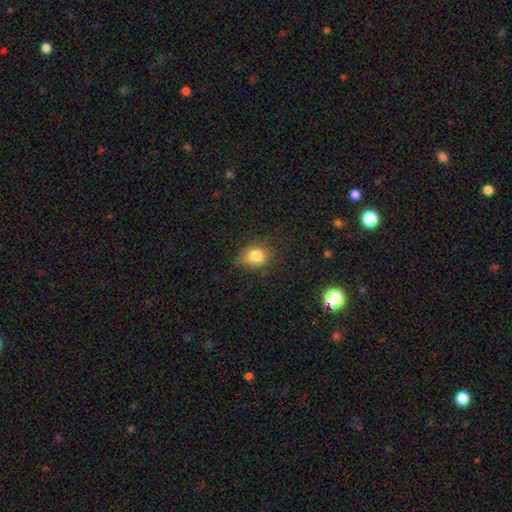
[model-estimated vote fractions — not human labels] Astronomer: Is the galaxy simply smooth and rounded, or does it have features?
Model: smooth — 80%.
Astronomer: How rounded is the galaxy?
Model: round — 64%.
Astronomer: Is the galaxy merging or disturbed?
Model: none — 69%.